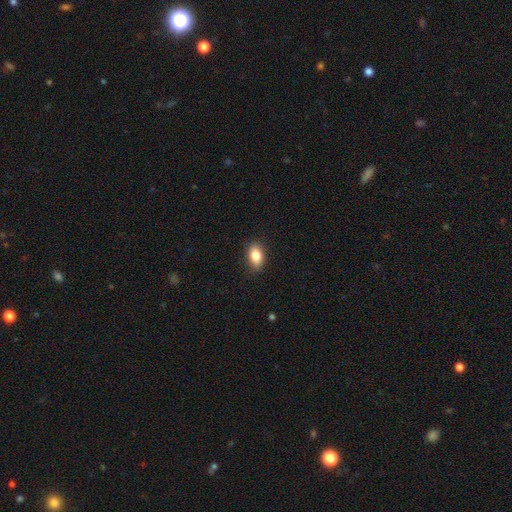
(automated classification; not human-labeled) smooth-or-featured: smooth: 84% | featured or disk: 8% | star or artifact: 8%
  how-rounded: in between: 87% | round: 11% | cigar-shaped: 3%
  merging: none: 87% | minor disturbance: 10% | major disturbance: 2% | merger: 1%